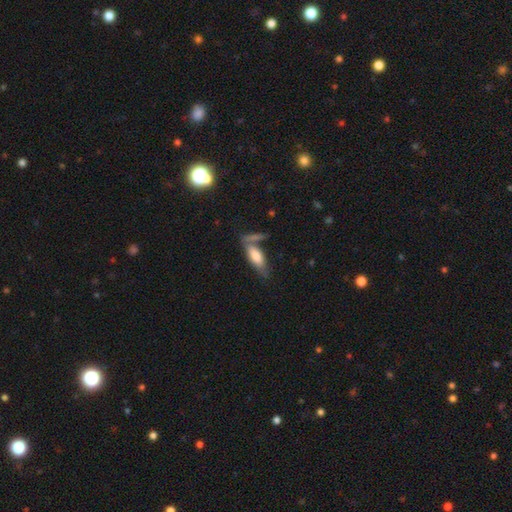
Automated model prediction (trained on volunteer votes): A smooth galaxy with no disk features (70%) that is in between round and cigar-shaped (64%). Merging: none (52%).